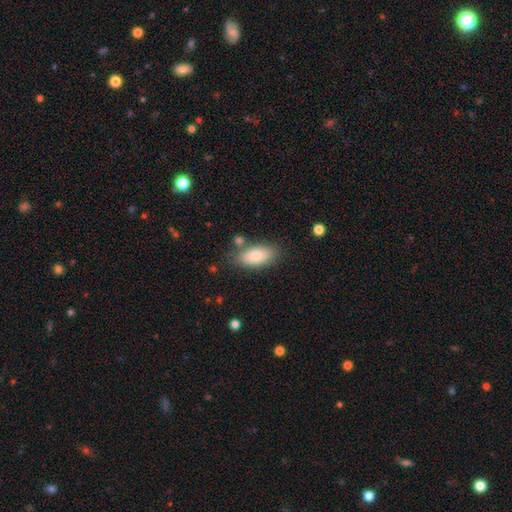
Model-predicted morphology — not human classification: This is clearly a smooth galaxy (81%). How rounded: clearly in between (89%). Merging: likely none (74%).